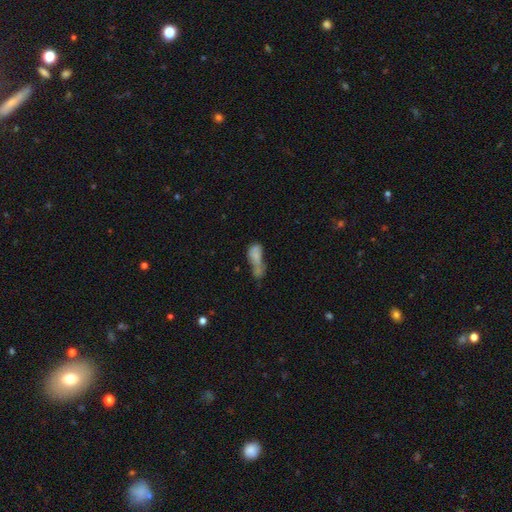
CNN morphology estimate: Q: Smooth or featured?
A: smooth (66%); runner-up: featured or disk (23%)
Q: How rounded?
A: in between (76%); runner-up: cigar-shaped (15%)
Q: Merging?
A: merger (53%); runner-up: major disturbance (17%)